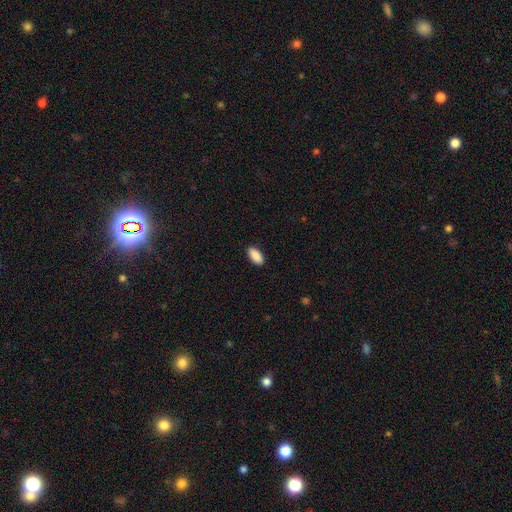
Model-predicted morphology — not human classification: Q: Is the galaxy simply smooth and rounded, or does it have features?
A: smooth — 91%.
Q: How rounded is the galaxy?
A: in between — 92%.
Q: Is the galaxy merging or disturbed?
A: none — 90%.